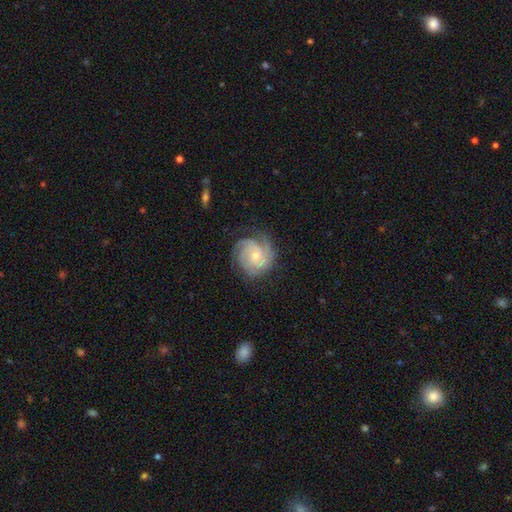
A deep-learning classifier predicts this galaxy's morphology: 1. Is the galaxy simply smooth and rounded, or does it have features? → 86% featured or disk, 9% smooth, 5% star or artifact.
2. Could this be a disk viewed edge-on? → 98% no, 2% yes.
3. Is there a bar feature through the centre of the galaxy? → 71% no, 25% weak, 4% strong.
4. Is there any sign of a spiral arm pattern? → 98% yes, 2% no.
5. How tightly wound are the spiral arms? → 67% tight, 28% medium, 5% loose.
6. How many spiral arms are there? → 43% 3, 20% 4, 15% can't tell, 12% 2, 5% more than 4, 5% 1.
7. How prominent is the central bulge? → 65% small, 30% moderate, 2% none, 1% large, 1% dominant.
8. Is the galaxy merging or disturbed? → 77% none, 16% minor disturbance, 6% major disturbance, 1% merger.